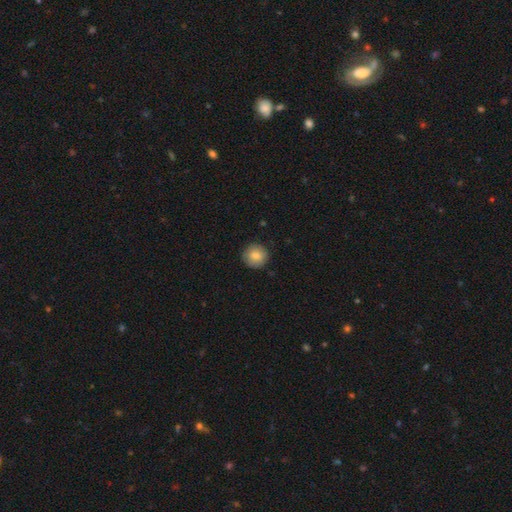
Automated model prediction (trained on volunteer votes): The model was most divided on "smooth or featured": smooth: 84%, featured or disk: 8%, star or artifact: 8%. More confident: how rounded — round (94%); merging — none (88%).